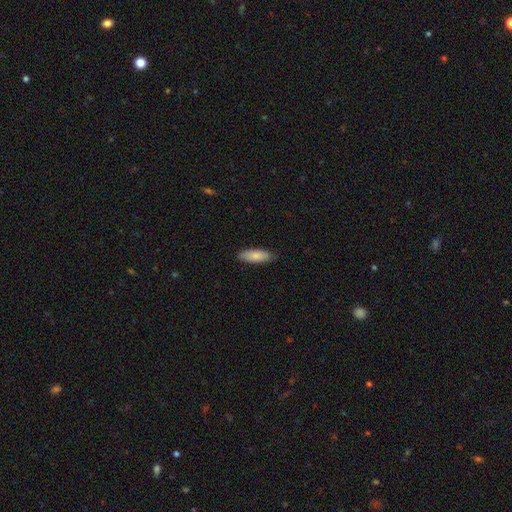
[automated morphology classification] Smooth or featured? Predicted: smooth (p=0.82). How rounded? Predicted: in between (p=0.64). Merging? Predicted: none (p=0.85).